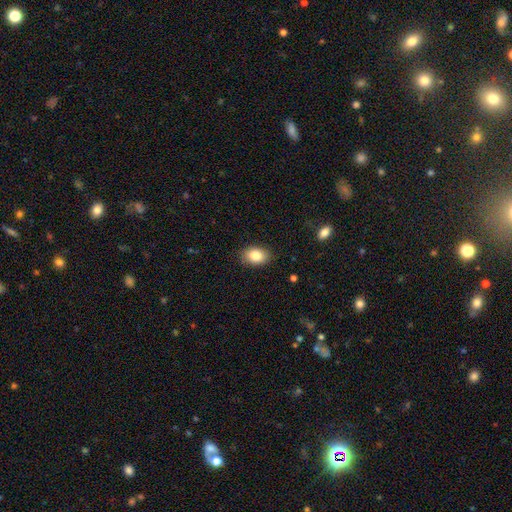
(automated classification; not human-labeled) Overall: smooth (84%). How rounded: in between (81%). Merging: none (87%).